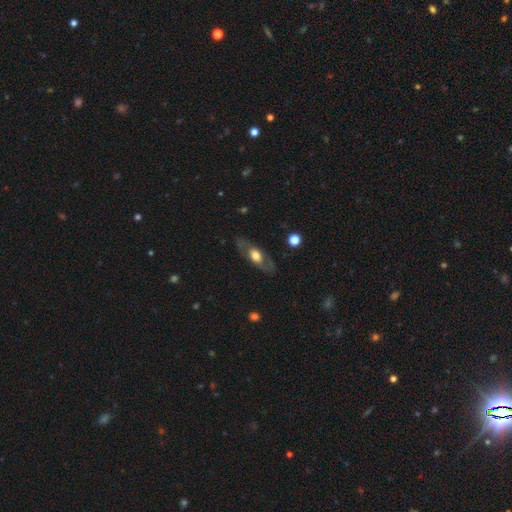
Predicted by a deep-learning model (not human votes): A featured or disk galaxy (56%).

Vote fractions:
- Smooth or featured? featured or disk: 56% / smooth: 38% / star or artifact: 6%
- Edge-on disk? no: 71% / yes: 29%
- Merging? none: 76% / minor disturbance: 15% / major disturbance: 8% / merger: 1%